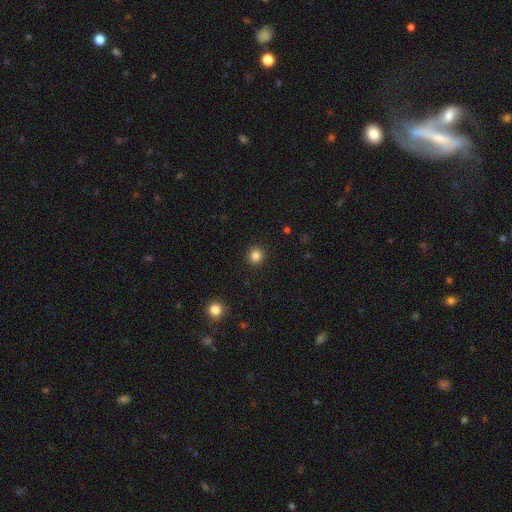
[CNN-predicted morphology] Overall: smooth (83%). How rounded: round (92%). Merging: none (93%).